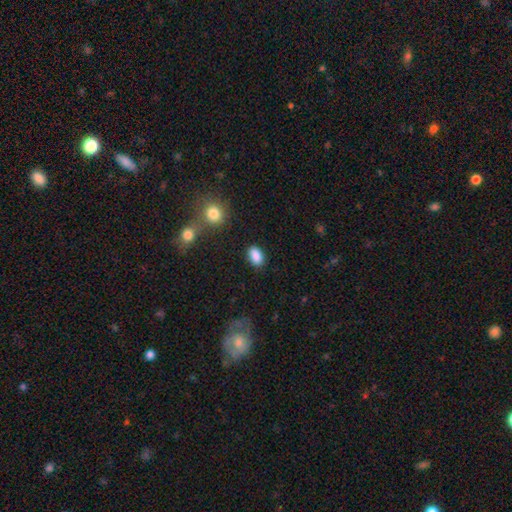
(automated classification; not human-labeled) This is clearly a smooth galaxy (88%). How rounded: clearly in between (89%). Merging: clearly none (83%).